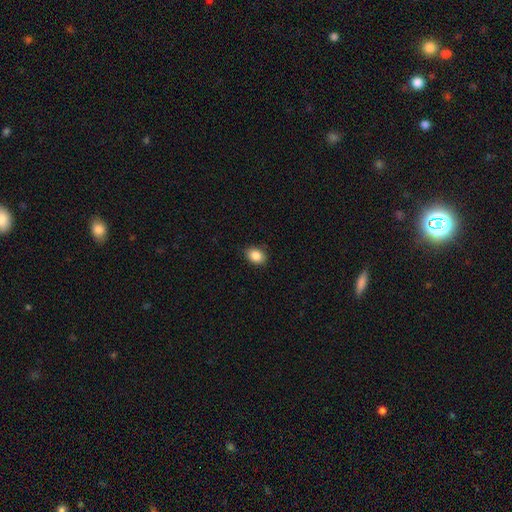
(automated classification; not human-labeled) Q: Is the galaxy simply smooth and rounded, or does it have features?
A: smooth — 87%.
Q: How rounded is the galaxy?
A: in between — 70%.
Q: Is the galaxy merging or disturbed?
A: none — 87%.